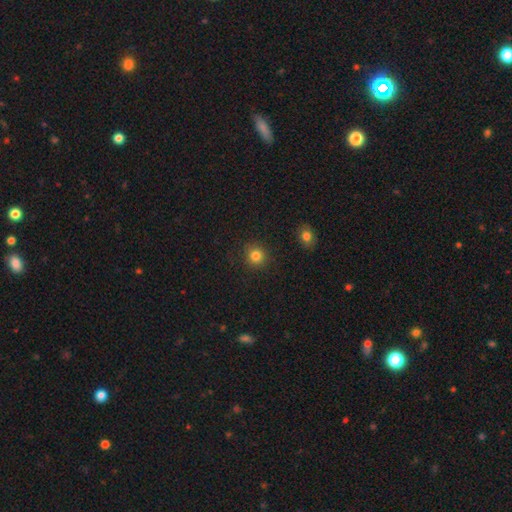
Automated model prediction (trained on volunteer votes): This appears to be a smooth galaxy with no disk features (82%) that is round (90%). Merging: none (89%).